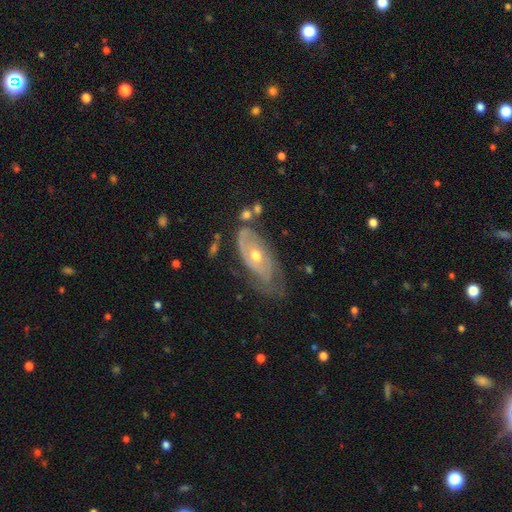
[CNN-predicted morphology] A featured or disk galaxy (72%) with no bar (82%), spiral arms (70%) and a moderate central bulge (70%). Merging: none (46%).